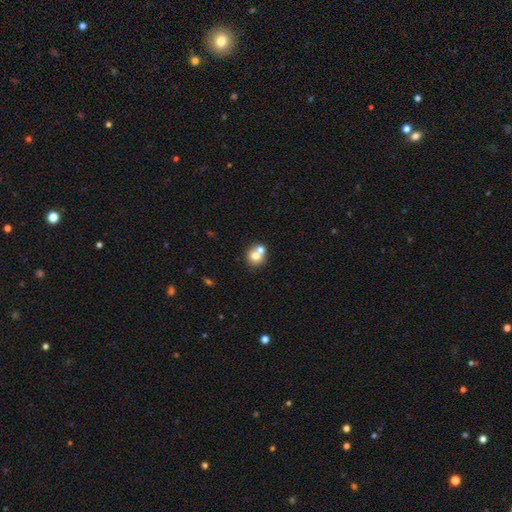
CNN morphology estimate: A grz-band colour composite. It shows a smooth galaxy with no disk features (70%) that is round (84%). Merging: none (47%).